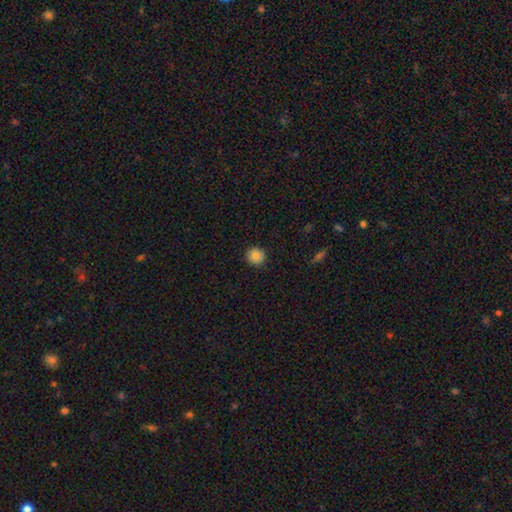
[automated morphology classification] This is clearly a smooth galaxy (84%). How rounded: clearly round (91%). Merging: clearly none (90%).